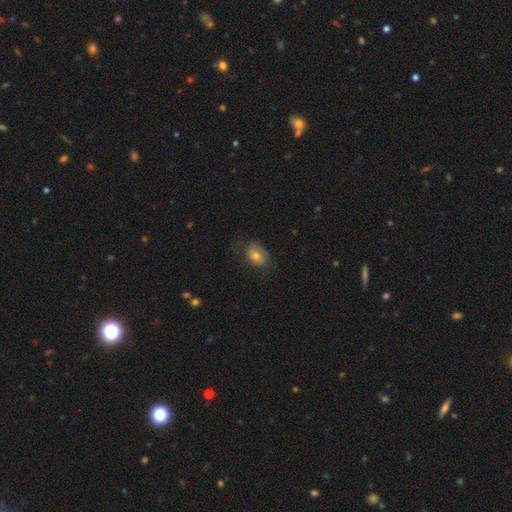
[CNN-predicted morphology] Smooth or featured? Predicted: smooth (p=0.66). How rounded? Predicted: in between (p=0.72). Merging? Predicted: none (p=0.59).